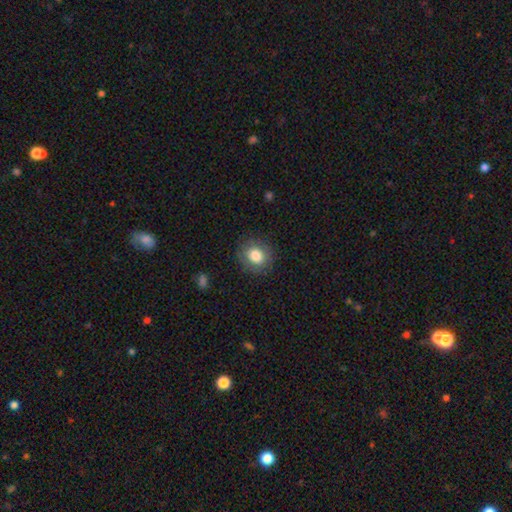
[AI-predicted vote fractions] Smooth or featured? smooth (80%)
How rounded? round (79%)
Merging? none (86%)